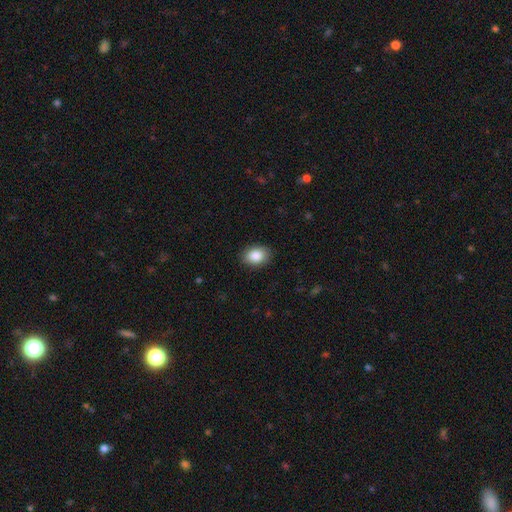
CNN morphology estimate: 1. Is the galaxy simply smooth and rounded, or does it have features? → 87% smooth, 8% star or artifact, 6% featured or disk.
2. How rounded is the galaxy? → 76% in between, 23% round, 1% cigar-shaped.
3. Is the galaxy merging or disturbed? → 89% none, 8% minor disturbance, 2% major disturbance, 1% merger.